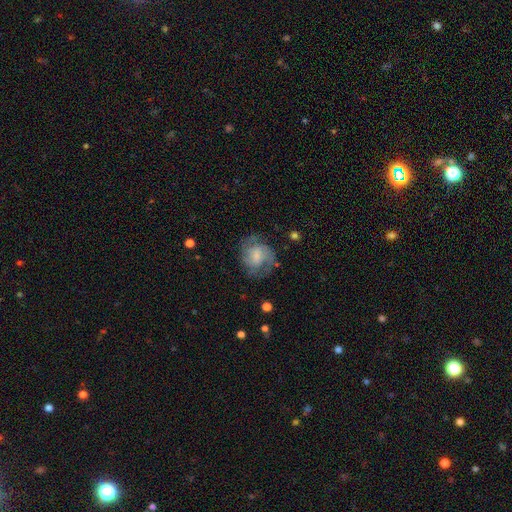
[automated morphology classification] smooth_or_featured: featured or disk (p=0.60) [alt: smooth p=0.32]
disk_edge_on: no (p=0.98) [alt: yes p=0.02]
bar: weak (p=0.48) [alt: no p=0.40]
has_spiral_arms: yes (p=0.86) [alt: no p=0.14]
spiral_winding: medium (p=0.48) [alt: tight p=0.32]
spiral_arm_count: 2 (p=0.60) [alt: can't tell p=0.20]
bulge_size: small (p=0.35) [alt: moderate p=0.30]
merging: none (p=0.62) [alt: minor disturbance p=0.22]